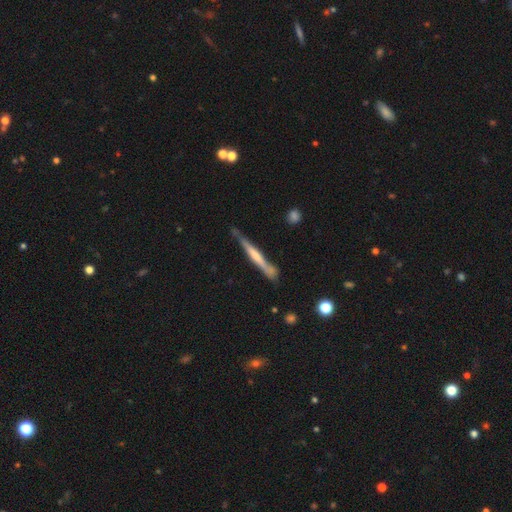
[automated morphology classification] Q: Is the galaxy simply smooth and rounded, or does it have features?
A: featured or disk — 67%.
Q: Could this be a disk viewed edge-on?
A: yes — 96%.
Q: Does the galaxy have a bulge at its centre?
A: rounded — 50%.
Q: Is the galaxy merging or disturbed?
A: none — 75%.